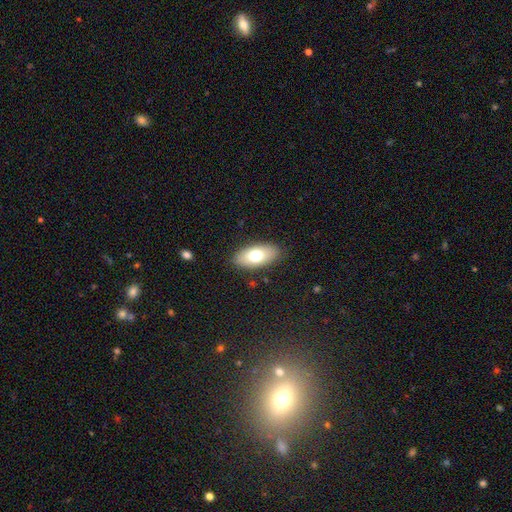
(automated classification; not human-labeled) Smooth or featured?
  - smooth: 72% *
  - featured or disk: 21%
  - star or artifact: 7%
How rounded?
  - in between: 91% *
  - cigar-shaped: 5%
  - round: 3%
Merging?
  - none: 86% *
  - minor disturbance: 10%
  - major disturbance: 3%
  - merger: 1%